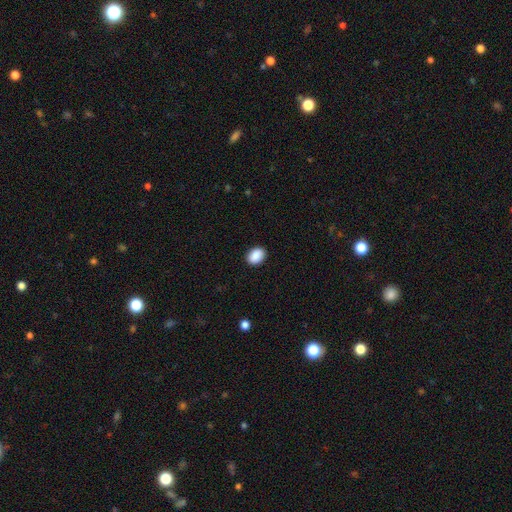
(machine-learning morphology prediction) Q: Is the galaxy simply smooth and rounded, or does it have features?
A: smooth — 90%.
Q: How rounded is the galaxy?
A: in between — 67%.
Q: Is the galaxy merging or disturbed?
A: none — 90%.